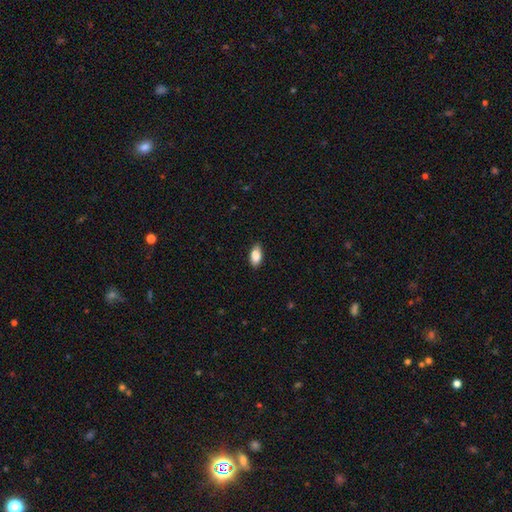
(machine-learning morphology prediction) The model was most divided on "merging": none: 84%, minor disturbance: 13%, major disturbance: 2%, merger: 1%. More confident: how rounded — in between (90%); smooth or featured — smooth (87%).